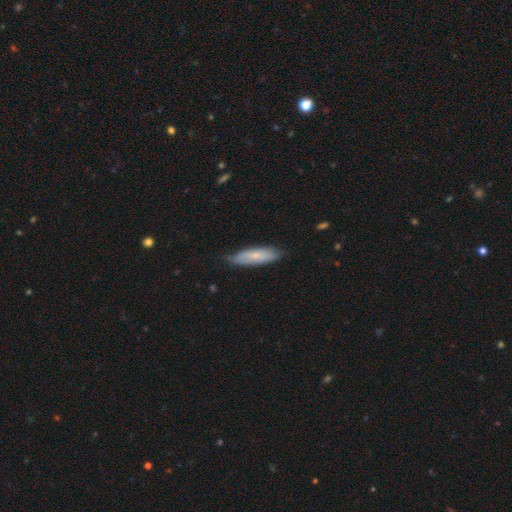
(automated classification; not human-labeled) smooth 70%, featured or disk 24%, star or artifact 6%. Down the decision tree: how rounded — cigar-shaped (59%); merging — none (77%).